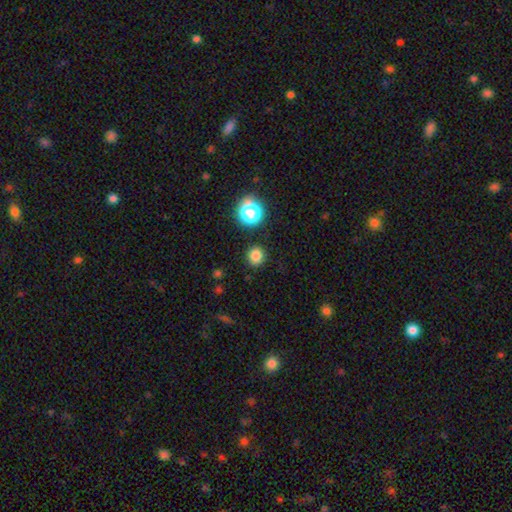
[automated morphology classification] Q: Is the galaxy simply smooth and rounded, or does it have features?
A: smooth — 80%.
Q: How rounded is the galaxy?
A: round — 88%.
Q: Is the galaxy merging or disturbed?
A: none — 88%.